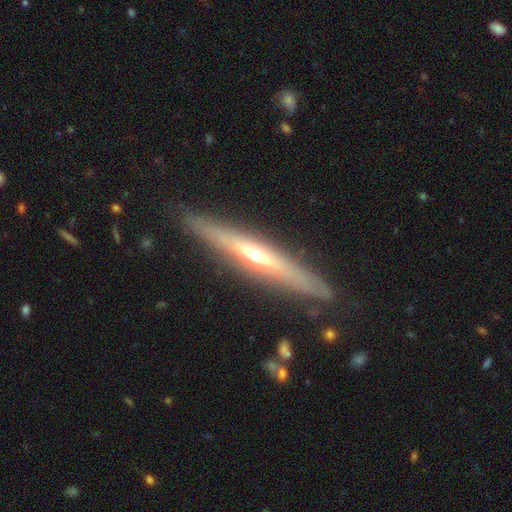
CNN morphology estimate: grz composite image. It shows a featured or disk galaxy (73%) viewed edge-on (93%) with a rounded central bulge (78%). Merging: none (87%).